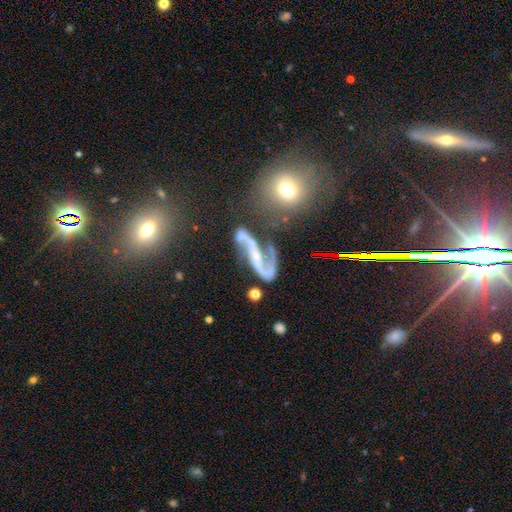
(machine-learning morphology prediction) The model was most divided on "bar": no: 36%, weak: 33%, strong: 31%. Remaining: edge-on disk — no (93%); spiral arms — yes (92%); spiral arm count — 2 (87%); smooth or featured — featured or disk (83%); spiral winding — loose (73%); bulge size — small (55%); merging — none (45%).